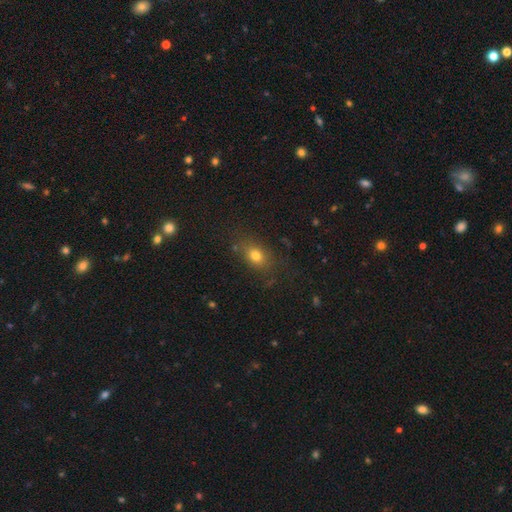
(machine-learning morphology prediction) Smooth or featured? smooth (75%)
How rounded? in between (66%)
Merging? none (75%)